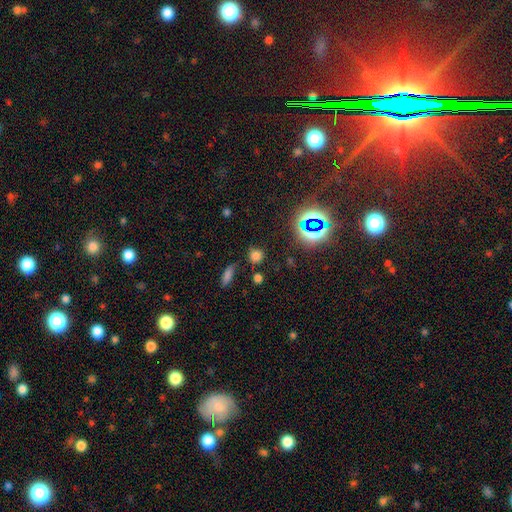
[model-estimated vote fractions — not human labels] A smooth galaxy with no disk features (65%) that is round (80%). Merging: none (75%).